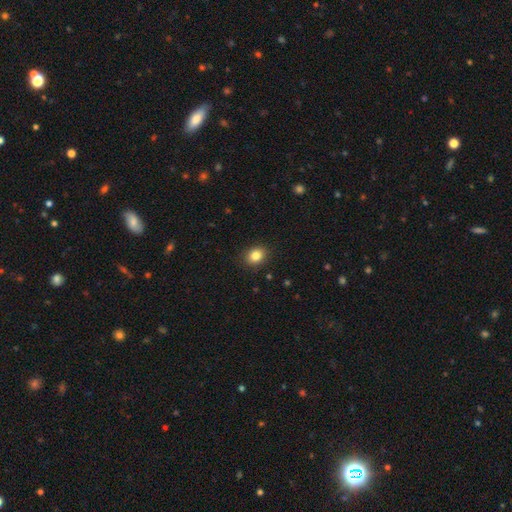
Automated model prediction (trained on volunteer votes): smooth 84%, star or artifact 10%, featured or disk 6%. Down the decision tree: how rounded — round (60%); merging — none (89%).